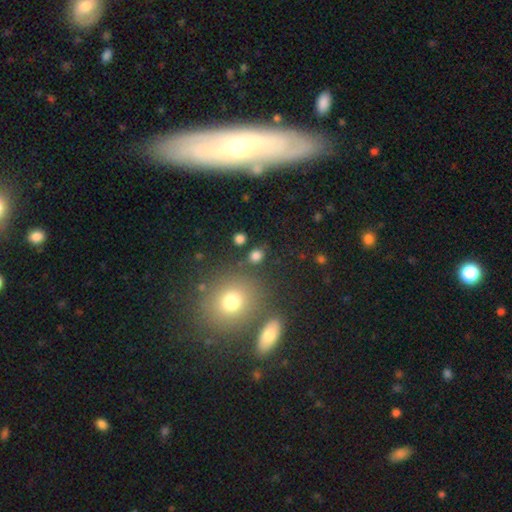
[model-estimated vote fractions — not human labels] Smooth or featured: smooth — 78% (star or artifact — 16%)
How rounded: round — 67% (in between — 32%)
Merging: none — 82% (minor disturbance — 9%)